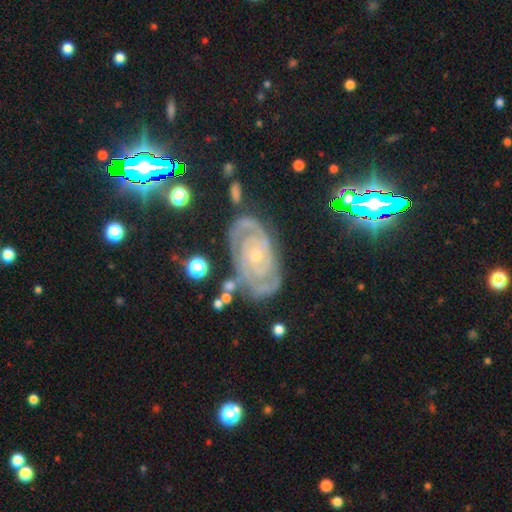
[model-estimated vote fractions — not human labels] featured or disk 88%, star or artifact 7%, smooth 5%. Down the decision tree: edge-on disk — no (96%); bar — no (75%); spiral arms — yes (97%); spiral arm count — 2 (60%); spiral winding — tight (78%); bulge size — small (70%); merging — none (74%).